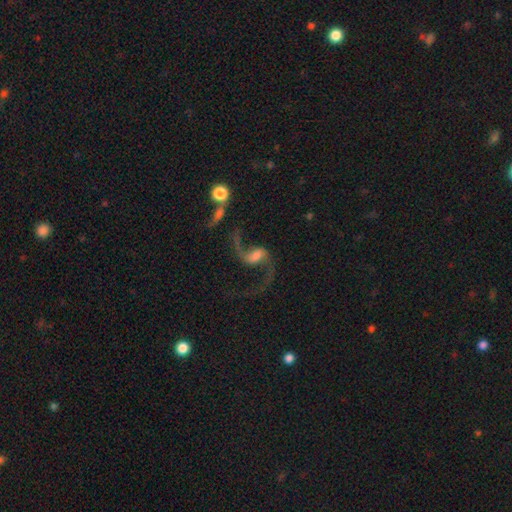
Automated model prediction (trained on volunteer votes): Smooth or featured? featured or disk (88%)
Edge-on disk? no (97%)
Bar? weak (48%)
Spiral arms? yes (96%)
Spiral winding? loose (88%)
Spiral arm count? 2 (92%)
Bulge size? moderate (40%)
Merging? none (61%)